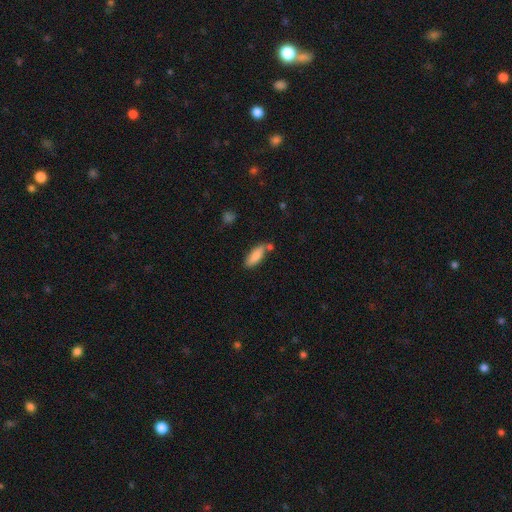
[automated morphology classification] This is clearly a smooth galaxy (83%). How rounded: likely in between (64%). Merging: likely none (69%).